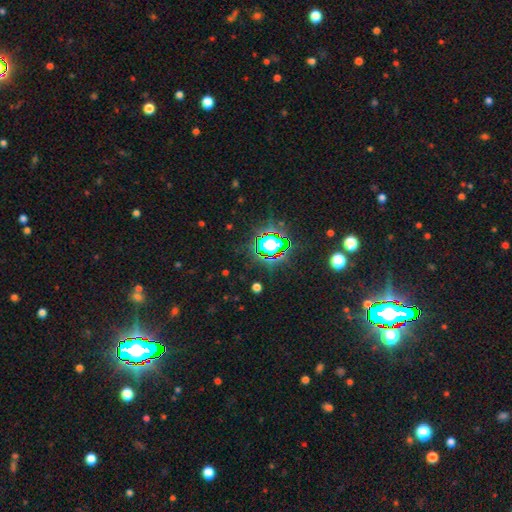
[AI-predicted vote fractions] Smooth or featured? Predicted: star or artifact (p=0.83).